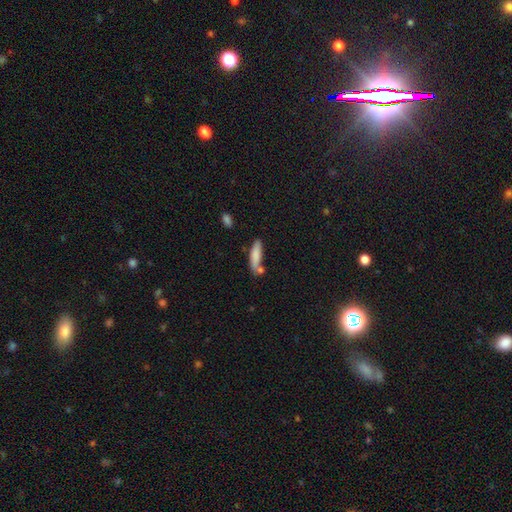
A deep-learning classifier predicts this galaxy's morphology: The model was most divided on "how rounded": cigar-shaped: 66%, in between: 32%, round: 2%. More confident: smooth or featured — smooth (81%); merging — none (63%).